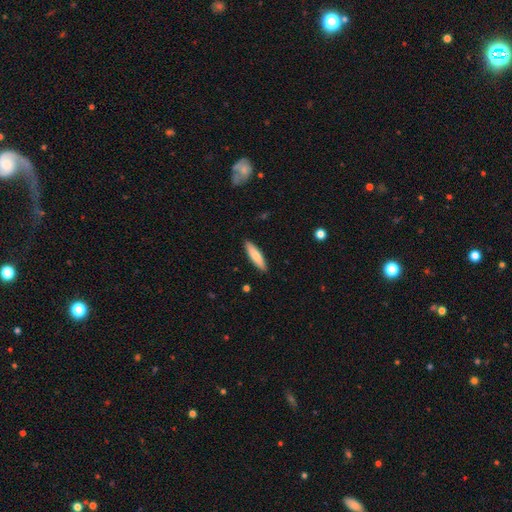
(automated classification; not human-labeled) Smooth or featured? Predicted: smooth (p=0.77). How rounded? Predicted: cigar-shaped (p=0.72). Merging? Predicted: none (p=0.89).